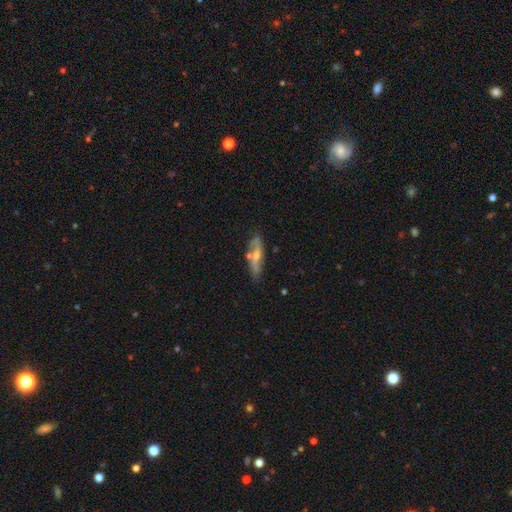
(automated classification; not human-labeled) This appears to be a featured or disk galaxy (65%). Merging: none (64%).